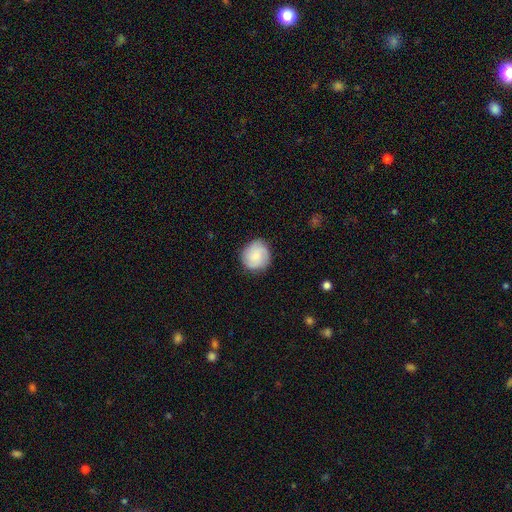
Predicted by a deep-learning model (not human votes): Smooth or featured?
  - smooth: 65% *
  - featured or disk: 27%
  - star or artifact: 7%
How rounded?
  - round: 89% *
  - in between: 10%
  - cigar-shaped: 1%
Merging?
  - none: 85% *
  - minor disturbance: 11%
  - major disturbance: 3%
  - merger: 1%